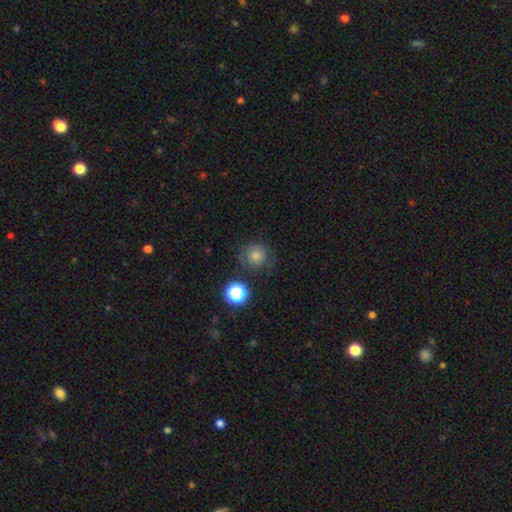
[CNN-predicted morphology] Smooth or featured? smooth (70%)
How rounded? round (91%)
Merging? none (76%)